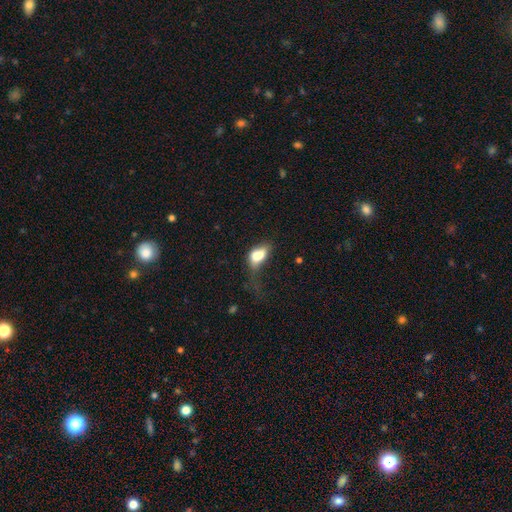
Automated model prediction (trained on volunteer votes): Smooth or featured: smooth — 75% (featured or disk — 16%)
How rounded: in between — 86% (round — 11%)
Merging: major disturbance — 42% (minor disturbance — 27%)